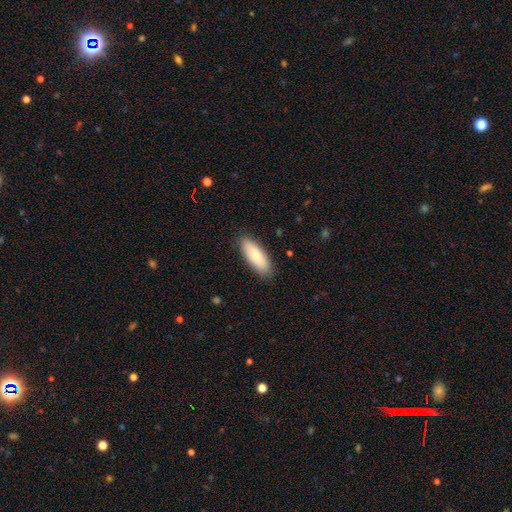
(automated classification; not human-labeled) Smooth or featured: smooth — 83% (featured or disk — 12%)
How rounded: in between — 71% (cigar-shaped — 27%)
Merging: none — 87% (minor disturbance — 10%)